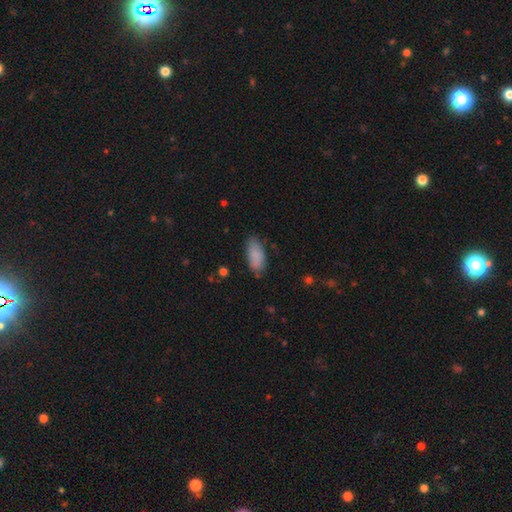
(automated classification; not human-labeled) The model was most divided on "merging": none: 77%, minor disturbance: 17%, major disturbance: 4%, merger: 2%. More confident: how rounded — in between (88%); smooth or featured — smooth (87%).